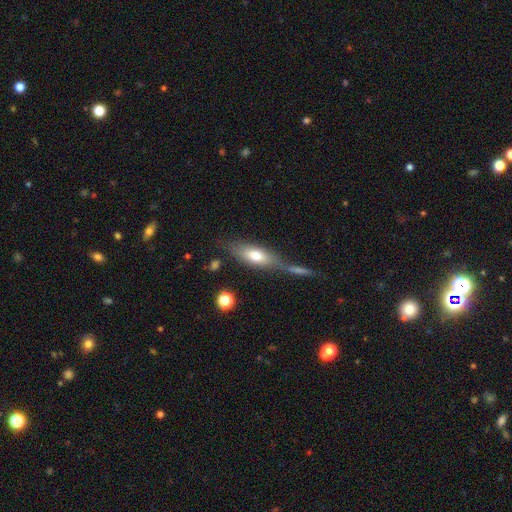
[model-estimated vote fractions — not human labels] A smooth galaxy with no disk features (67%) that is in between round and cigar-shaped (65%).

Vote fractions:
- Smooth or featured? smooth: 67% / featured or disk: 25% / star or artifact: 7%
- How rounded? in between: 65% / cigar-shaped: 32% / round: 3%
- Merging? none: 46% / merger: 28% / minor disturbance: 17% / major disturbance: 9%